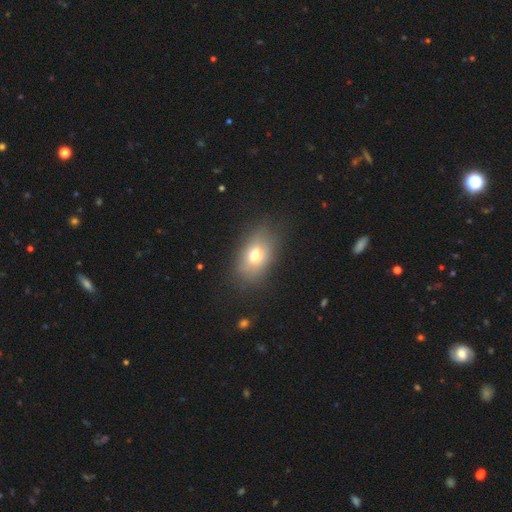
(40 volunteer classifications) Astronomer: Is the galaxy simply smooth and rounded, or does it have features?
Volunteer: smooth — 70%.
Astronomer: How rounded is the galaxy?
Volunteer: in between — 86%.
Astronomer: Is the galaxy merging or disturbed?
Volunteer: none — 75%.